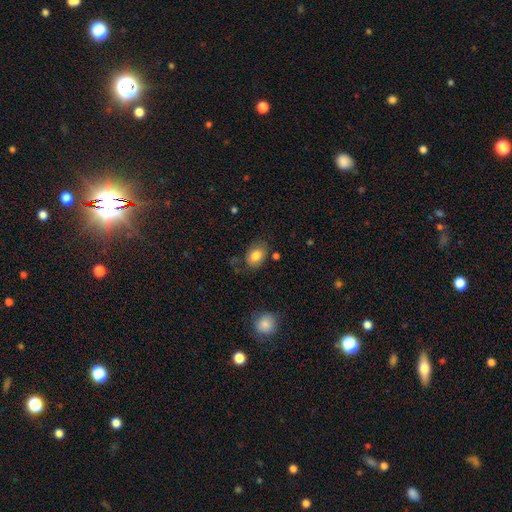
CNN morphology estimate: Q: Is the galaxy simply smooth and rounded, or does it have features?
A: smooth — 81%.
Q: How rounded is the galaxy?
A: in between — 72%.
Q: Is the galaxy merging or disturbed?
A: none — 69%.